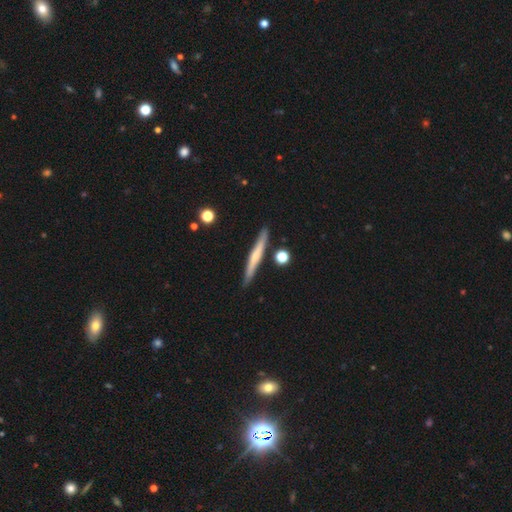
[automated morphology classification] A featured or disk galaxy (51%) viewed edge-on (96%).

Vote fractions:
- Smooth or featured? featured or disk: 51% / smooth: 43% / star or artifact: 6%
- Edge-on disk? yes: 96% / no: 4%
- Merging? none: 87% / minor disturbance: 8% / merger: 3% / major disturbance: 2%